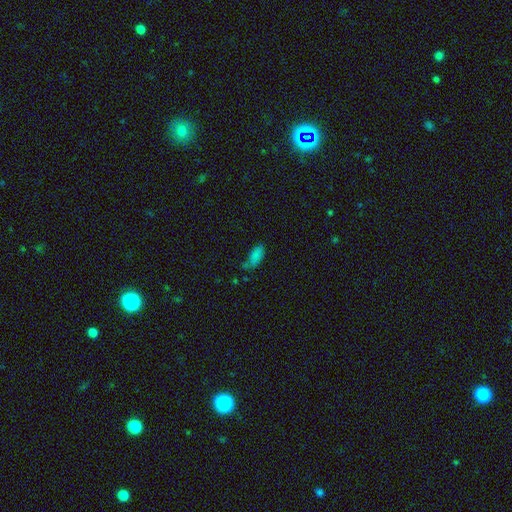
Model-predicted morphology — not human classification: smooth_or_featured: smooth (p=0.80) [alt: star or artifact p=0.14]
how_rounded: in between (p=0.87) [alt: cigar-shaped p=0.10]
merging: none (p=0.51) [alt: minor disturbance p=0.29]